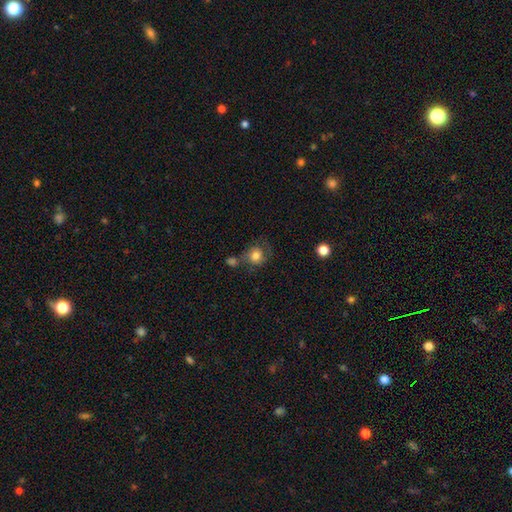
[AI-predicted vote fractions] This is likely a smooth galaxy (72%). How rounded: clearly round (81%). Merging: possibly none (45%).